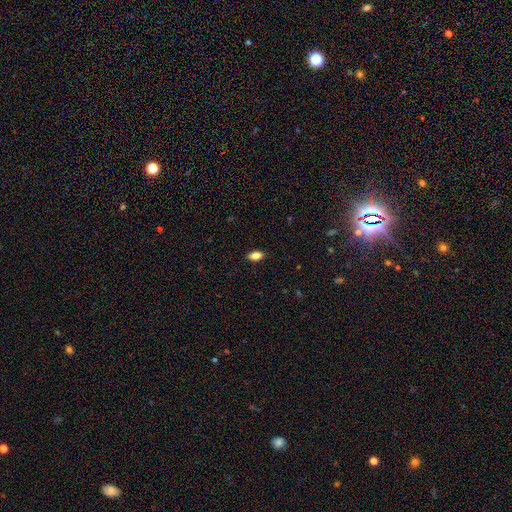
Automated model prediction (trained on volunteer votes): Overall: smooth (83%). How rounded: in between (89%). Merging: none (88%).